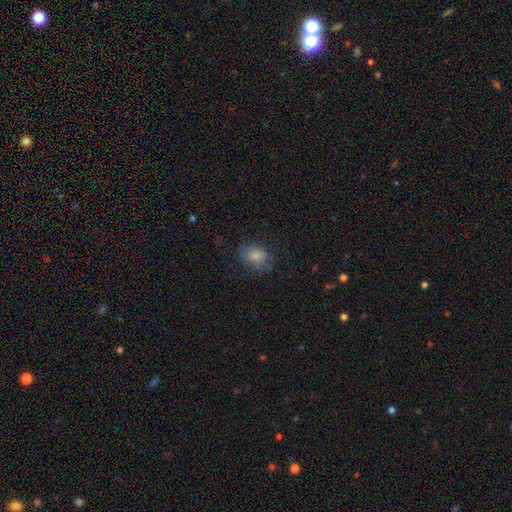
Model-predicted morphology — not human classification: Smooth or featured?
  - smooth: 75% *
  - featured or disk: 16%
  - star or artifact: 9%
How rounded?
  - in between: 56% *
  - round: 43%
  - cigar-shaped: 1%
Merging?
  - none: 64% *
  - minor disturbance: 23%
  - major disturbance: 12%
  - merger: 1%